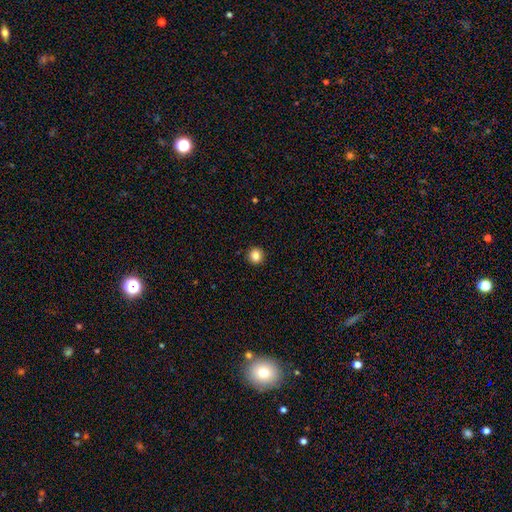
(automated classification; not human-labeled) This is clearly a smooth galaxy (86%). How rounded: clearly round (94%). Merging: clearly none (93%).